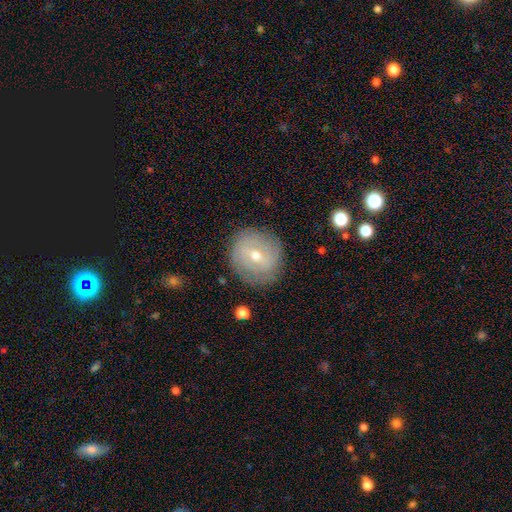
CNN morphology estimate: Smooth or featured: featured or disk — 58% (smooth — 33%)
Edge-on disk: no — 95% (yes — 5%)
Bar: weak — 52% (no — 29%)
Spiral arms: yes — 64% (no — 36%)
Bulge size: moderate — 52% (small — 45%)
Merging: none — 82% (minor disturbance — 12%)